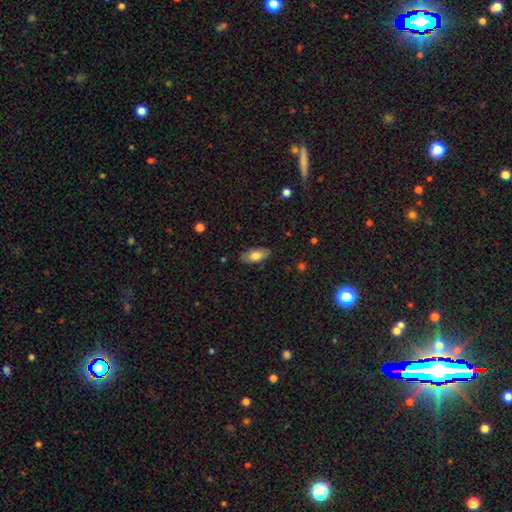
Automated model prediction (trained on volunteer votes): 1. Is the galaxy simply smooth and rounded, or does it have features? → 72% smooth, 22% featured or disk, 6% star or artifact.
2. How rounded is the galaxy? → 90% in between, 7% cigar-shaped, 3% round.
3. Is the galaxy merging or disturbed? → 84% none, 12% minor disturbance, 2% major disturbance, 1% merger.